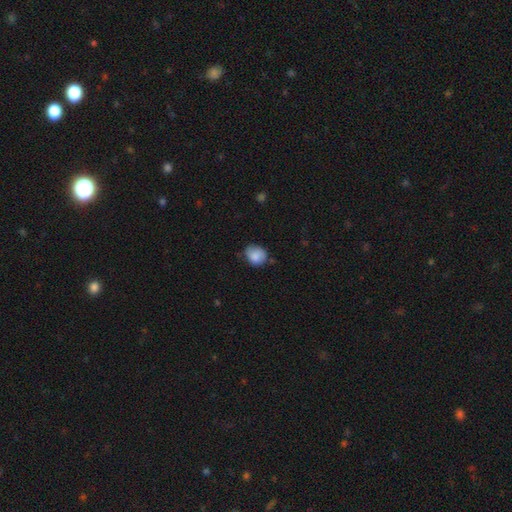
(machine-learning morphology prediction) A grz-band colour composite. It shows a smooth galaxy with no disk features (82%) that is round (68%). Merging: none (56%).